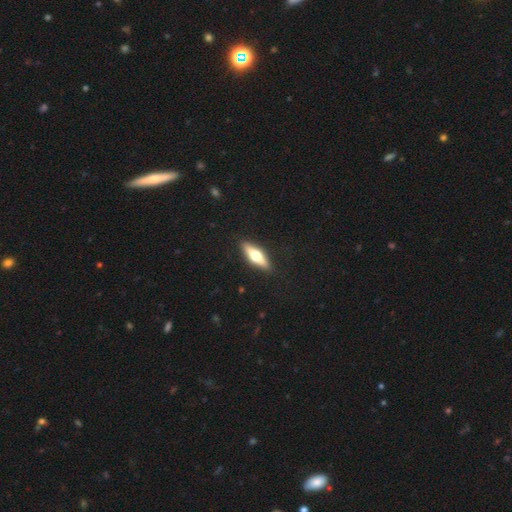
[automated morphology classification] type=featured or disk (49%); merging=none (90%).